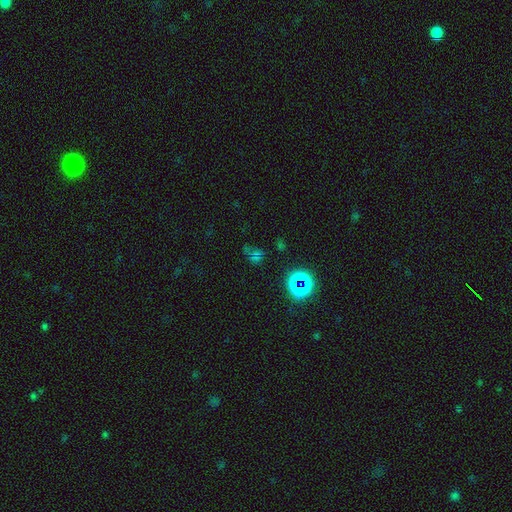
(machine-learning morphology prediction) Overall: star or artifact (56%; smooth 32%).